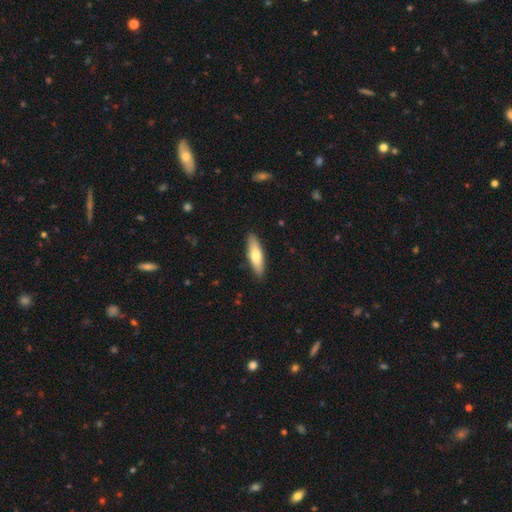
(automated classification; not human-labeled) A smooth galaxy with no disk features (67%) that is cigar-shaped (59%). Merging: none (89%).